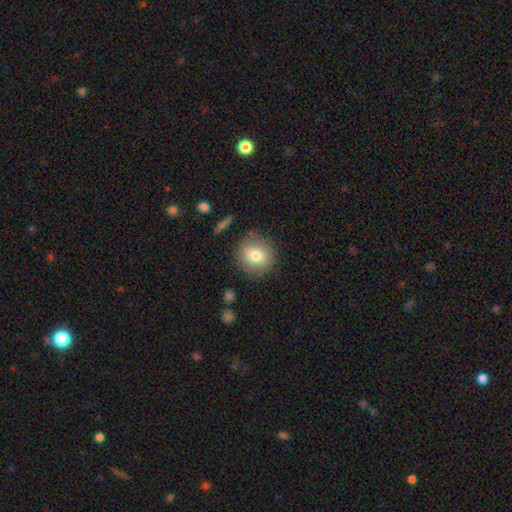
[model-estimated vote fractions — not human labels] This appears to be a smooth galaxy with no disk features (78%) that is round (88%). Merging: none (85%).